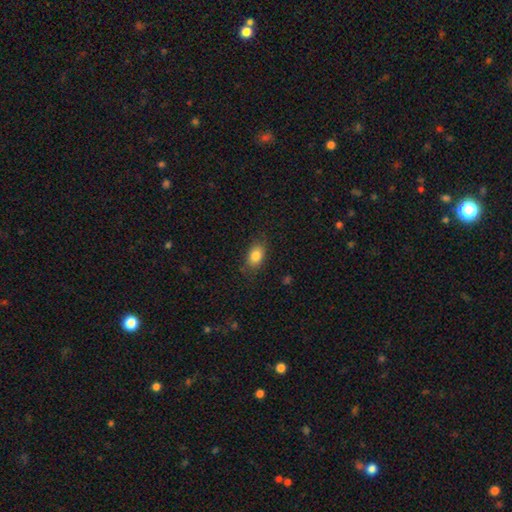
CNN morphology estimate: This is clearly a smooth galaxy (84%). How rounded: clearly in between (84%). Merging: likely none (79%).